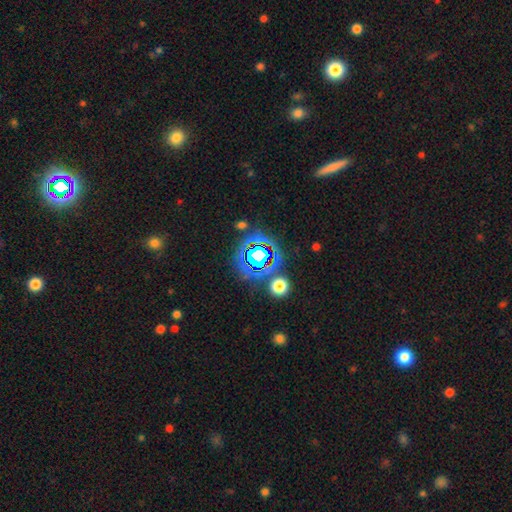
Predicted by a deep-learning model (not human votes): Overall: star or artifact (75%).